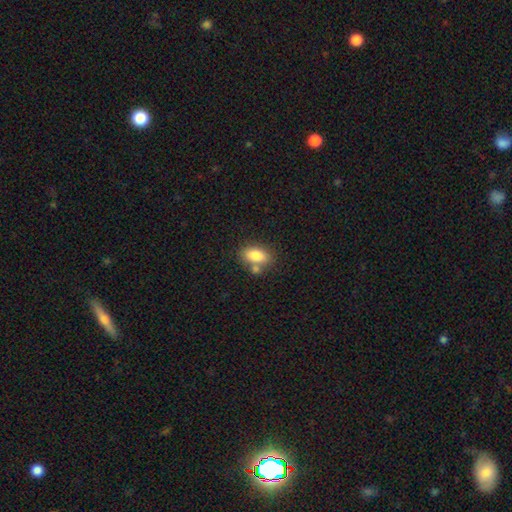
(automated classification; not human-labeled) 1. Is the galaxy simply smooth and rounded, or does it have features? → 82% smooth, 9% featured or disk, 8% star or artifact.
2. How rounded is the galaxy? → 87% in between, 10% round, 3% cigar-shaped.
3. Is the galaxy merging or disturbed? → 58% none, 25% merger, 13% minor disturbance, 4% major disturbance.